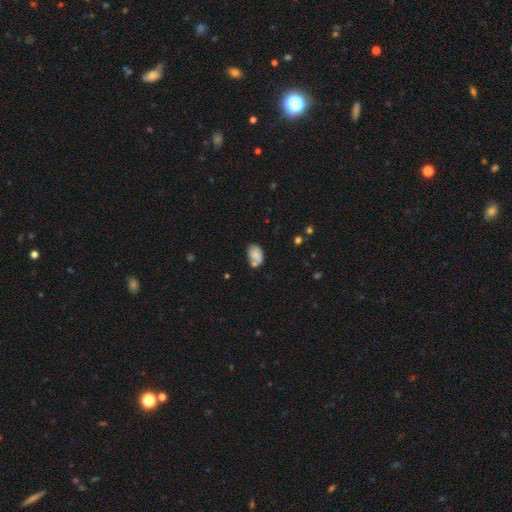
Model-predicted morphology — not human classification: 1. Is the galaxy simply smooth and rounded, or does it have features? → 77% smooth, 14% featured or disk, 9% star or artifact.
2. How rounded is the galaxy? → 81% in between, 18% round, 1% cigar-shaped.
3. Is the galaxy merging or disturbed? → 46% none, 24% minor disturbance, 23% merger, 8% major disturbance.